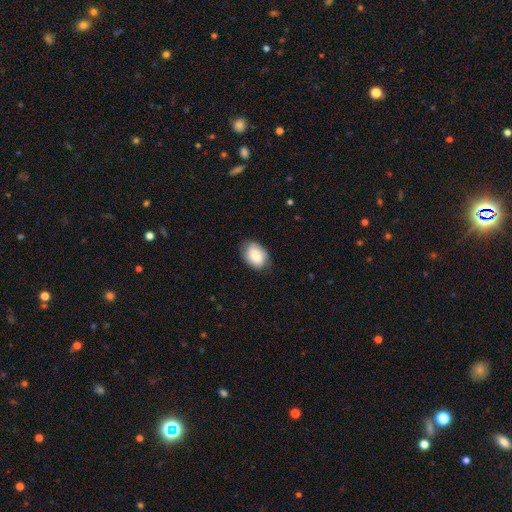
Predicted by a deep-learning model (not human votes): Morphology: type=smooth (79%); roundness=in between (79%); merging=none (79%).